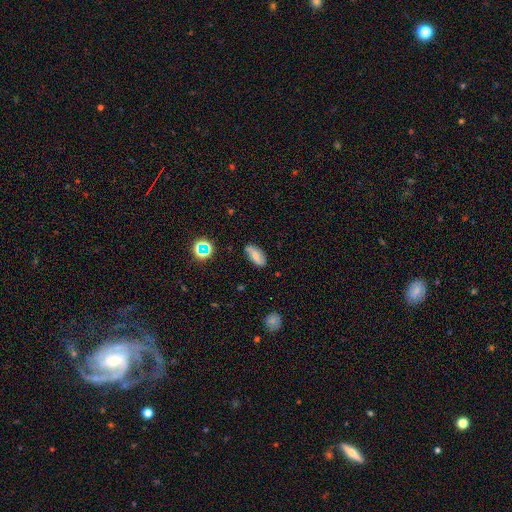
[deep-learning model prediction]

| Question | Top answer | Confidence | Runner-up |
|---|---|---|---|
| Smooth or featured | smooth | 46% | featured or disk (43%) |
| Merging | none | 77% | minor disturbance (17%) |